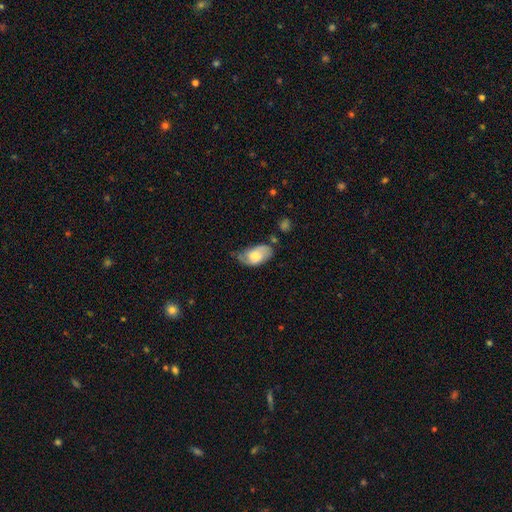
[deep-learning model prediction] Morphology: type=smooth (57%); roundness=in between (92%); merging=none (41%).